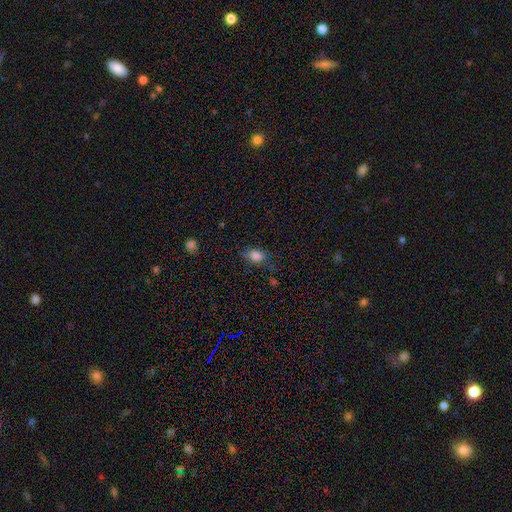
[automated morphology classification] type=smooth (82%); roundness=in between (72%); merging=none (71%).